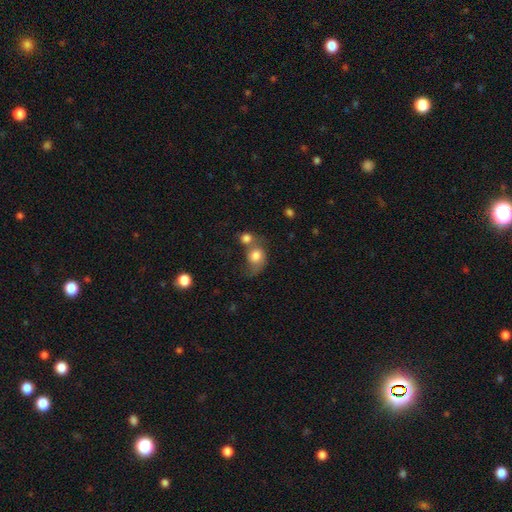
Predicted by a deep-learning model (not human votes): smooth 72%, featured or disk 19%, star or artifact 9%. Down the decision tree: how rounded — round (58%); merging — merger (48%).